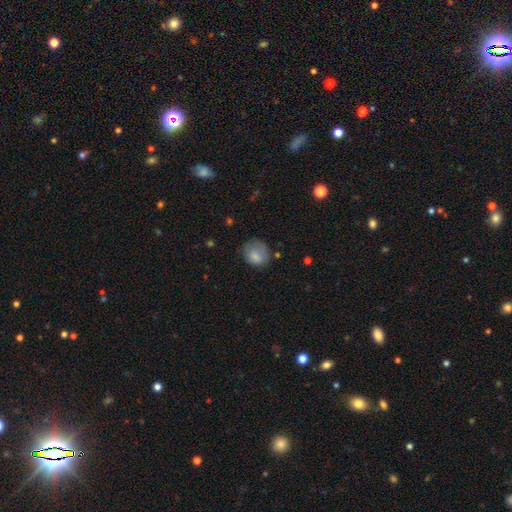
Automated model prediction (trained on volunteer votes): smooth-or-featured: smooth: 76% | featured or disk: 15% | star or artifact: 9%
  how-rounded: round: 65% | in between: 34% | cigar-shaped: 1%
  merging: none: 55% | minor disturbance: 27% | major disturbance: 15% | merger: 2%